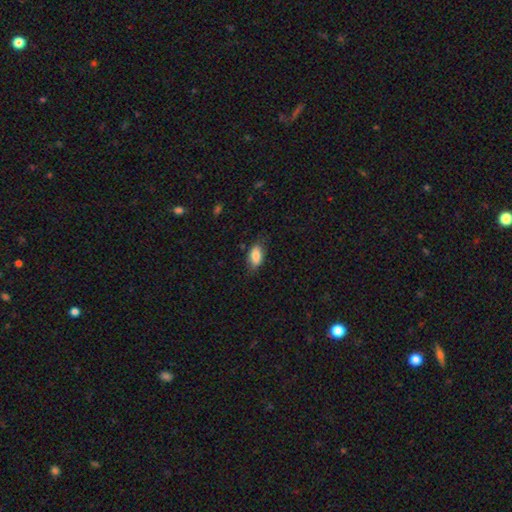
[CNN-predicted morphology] smooth-or-featured: smooth: 83% | featured or disk: 10% | star or artifact: 7%
  how-rounded: in between: 89% | cigar-shaped: 6% | round: 5%
  merging: none: 71% | minor disturbance: 22% | major disturbance: 5% | merger: 1%